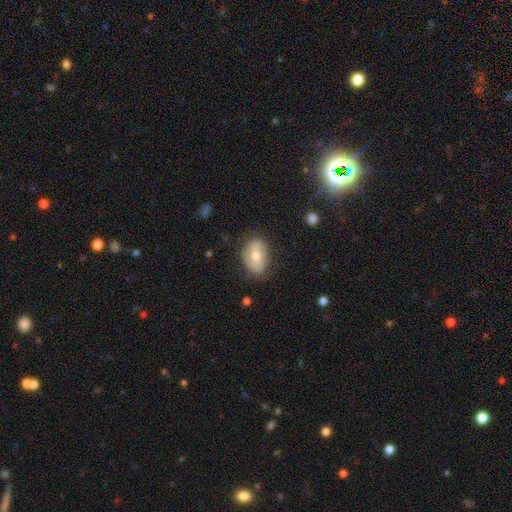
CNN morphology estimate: smooth-or-featured: smooth: 59% | featured or disk: 34% | star or artifact: 7%
  how-rounded: in between: 81% | round: 18% | cigar-shaped: 1%
  merging: none: 72% | minor disturbance: 21% | major disturbance: 6% | merger: 1%